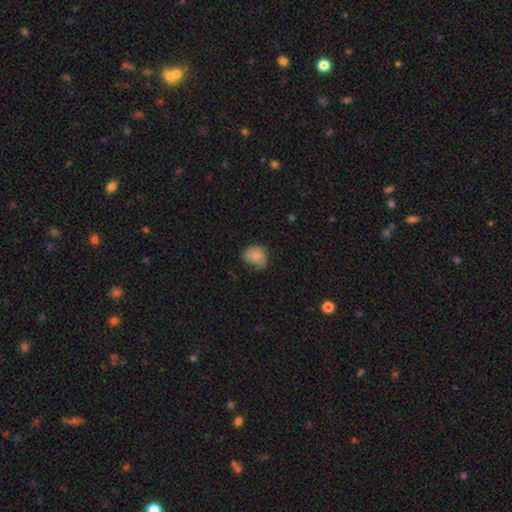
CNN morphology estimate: Smooth or featured? smooth (79%)
How rounded? round (58%)
Merging? none (50%)